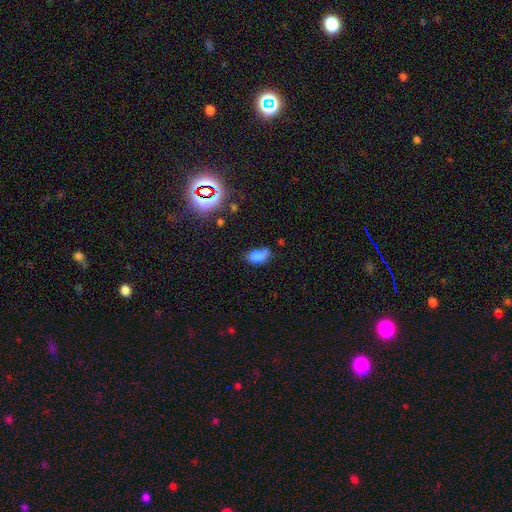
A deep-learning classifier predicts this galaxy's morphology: Q: Smooth or featured?
A: smooth (72%); runner-up: featured or disk (16%)
Q: How rounded?
A: in between (85%); runner-up: round (13%)
Q: Merging?
A: none (38%); runner-up: minor disturbance (27%)